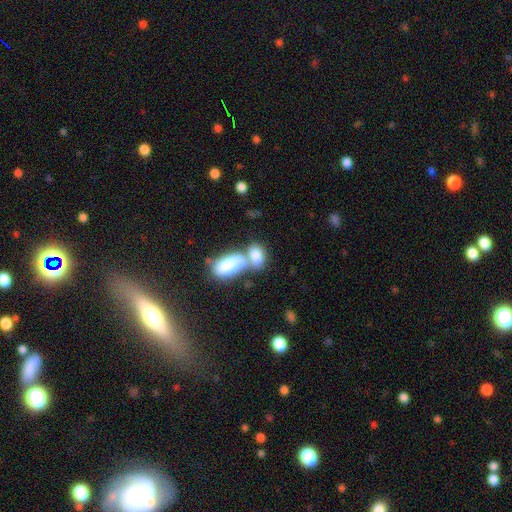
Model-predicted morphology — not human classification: Smooth or featured? smooth (80%)
How rounded? in between (89%)
Merging? merger (68%)